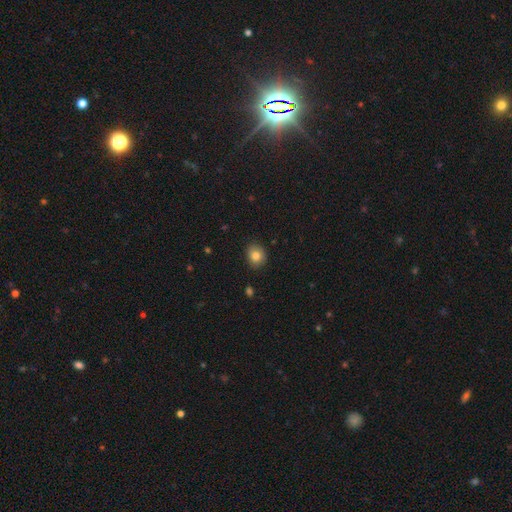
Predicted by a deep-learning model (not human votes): Smooth or featured? Predicted: smooth (p=0.82). How rounded? Predicted: round (p=0.61). Merging? Predicted: none (p=0.87).